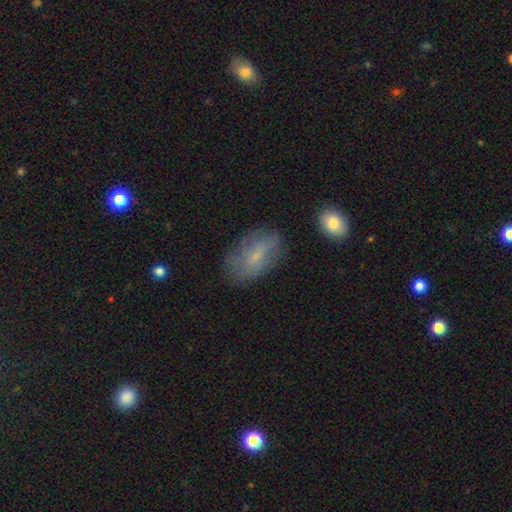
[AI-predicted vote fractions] A smooth galaxy with no disk features (57%) that is in between round and cigar-shaped (90%).

Vote fractions:
- Smooth or featured? smooth: 57% / featured or disk: 34% / star or artifact: 9%
- How rounded? in between: 90% / round: 7% / cigar-shaped: 3%
- Merging? none: 68% / minor disturbance: 22% / major disturbance: 8% / merger: 2%